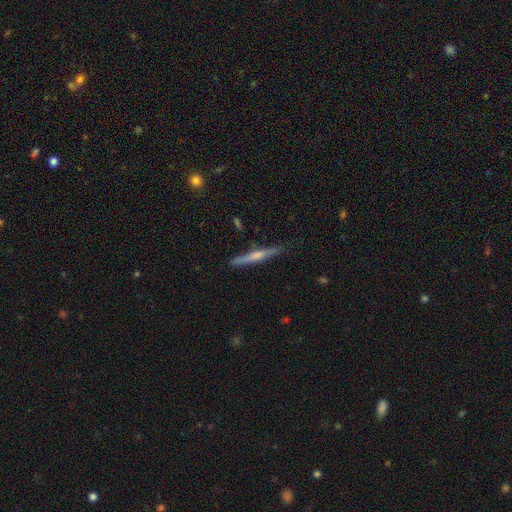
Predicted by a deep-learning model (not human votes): This appears to be a featured or disk galaxy (62%) viewed edge-on (97%) with a rounded central bulge (63%). Merging: none (87%).